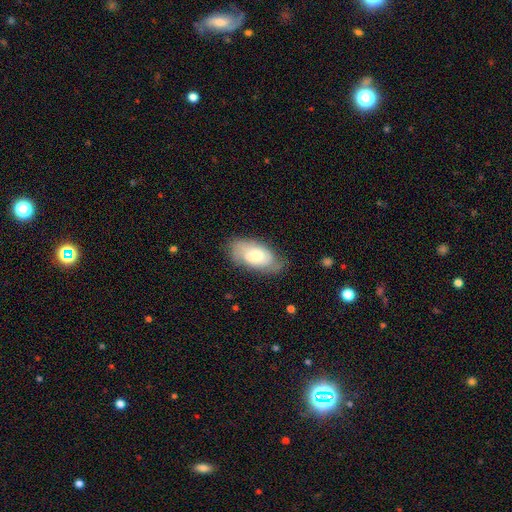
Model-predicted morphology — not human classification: type=smooth (54%); roundness=in between (92%); merging=none (66%).